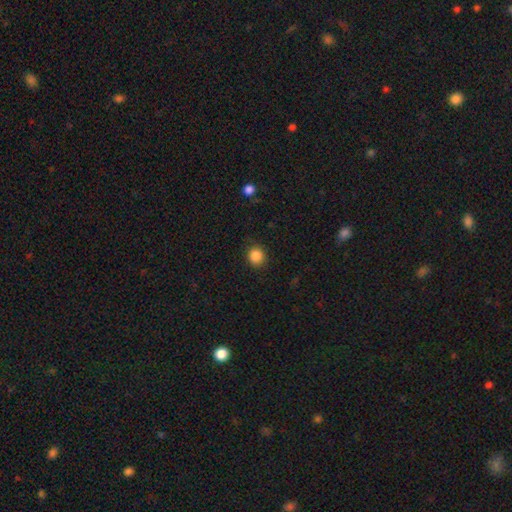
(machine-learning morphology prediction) Overall: smooth (86%). How rounded: round (86%). Merging: none (87%).